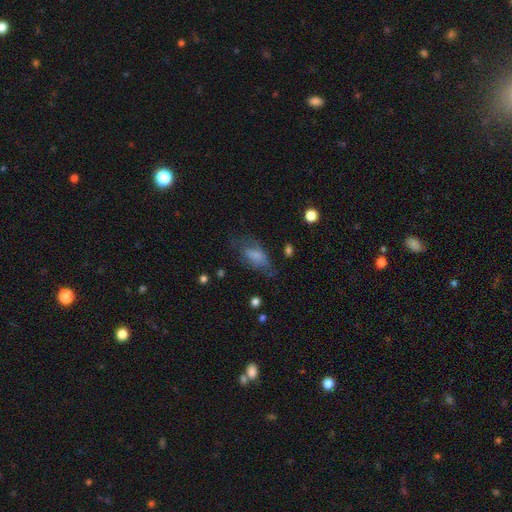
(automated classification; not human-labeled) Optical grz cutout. It shows a smooth galaxy with no disk features (70%) that is in between round and cigar-shaped (85%). Merging: none (47%).